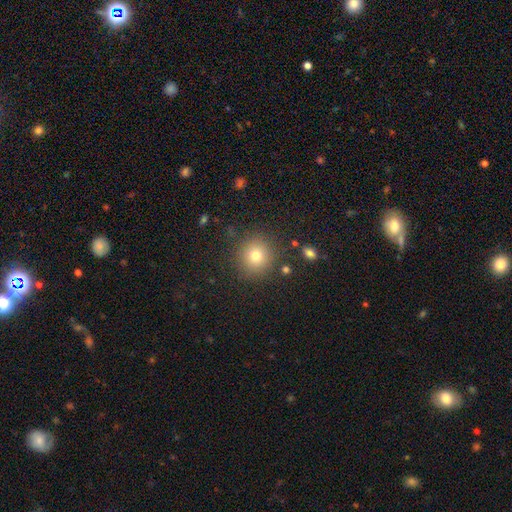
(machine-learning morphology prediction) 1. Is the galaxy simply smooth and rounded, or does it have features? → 76% smooth, 14% star or artifact, 10% featured or disk.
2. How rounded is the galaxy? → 92% round, 7% in between, 1% cigar-shaped.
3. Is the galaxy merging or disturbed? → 87% none, 8% minor disturbance, 3% major disturbance, 2% merger.